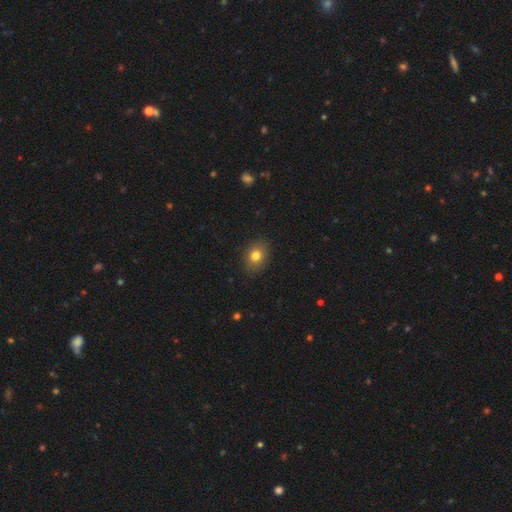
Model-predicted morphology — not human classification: smooth_or_featured: smooth (p=0.80) [alt: star or artifact p=0.11]
how_rounded: in between (p=0.53) [alt: round p=0.46]
merging: none (p=0.86) [alt: minor disturbance p=0.10]